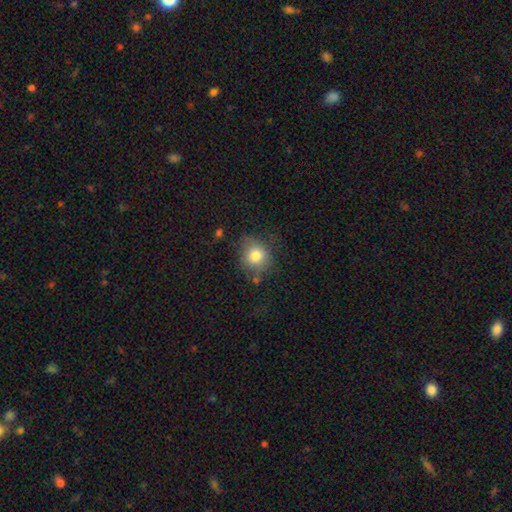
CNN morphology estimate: Smooth or featured? Predicted: smooth (p=0.80). How rounded? Predicted: round (p=0.77). Merging? Predicted: none (p=0.69).